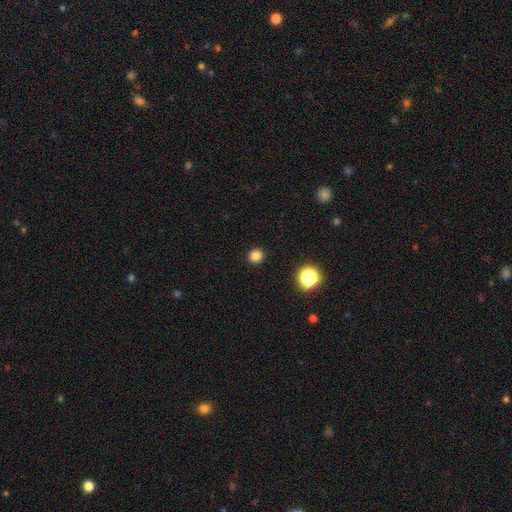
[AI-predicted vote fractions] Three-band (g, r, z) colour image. It shows a smooth galaxy with no disk features (82%) that is round (92%). Merging: none (93%).